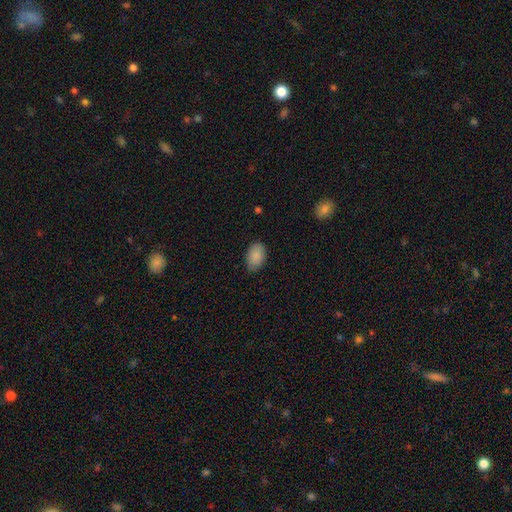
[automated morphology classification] Smooth or featured? Predicted: smooth (p=0.89). How rounded? Predicted: in between (p=0.90). Merging? Predicted: none (p=0.80).